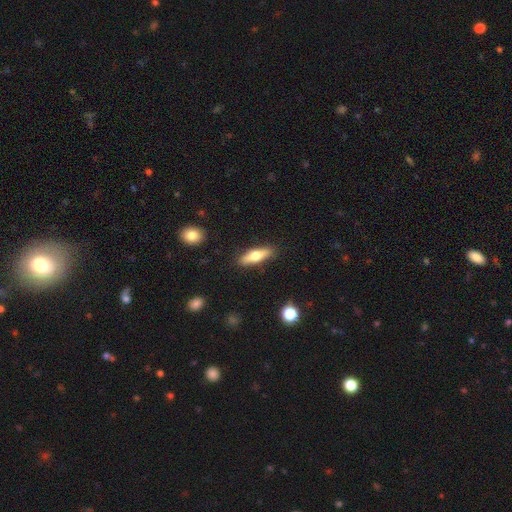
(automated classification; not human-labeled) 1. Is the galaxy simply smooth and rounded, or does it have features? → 54% smooth, 40% featured or disk, 6% star or artifact.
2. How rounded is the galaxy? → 60% cigar-shaped, 37% in between, 3% round.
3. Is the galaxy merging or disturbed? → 87% none, 9% minor disturbance, 2% major disturbance, 1% merger.